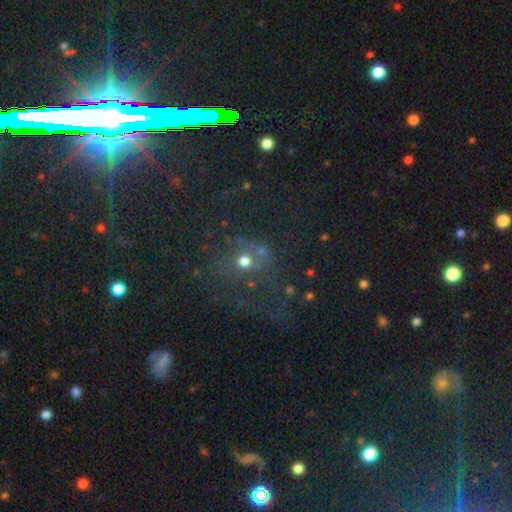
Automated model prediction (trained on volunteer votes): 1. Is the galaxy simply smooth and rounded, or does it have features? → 46% star or artifact, 34% smooth, 20% featured or disk.